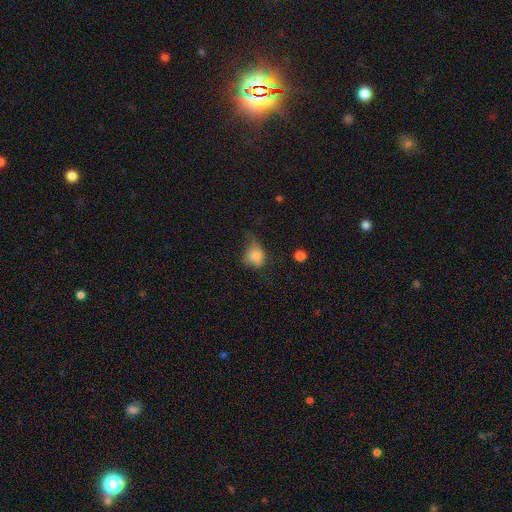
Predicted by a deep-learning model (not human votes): Morphology: type=smooth (78%); roundness=round (52%); merging=minor disturbance (39%).